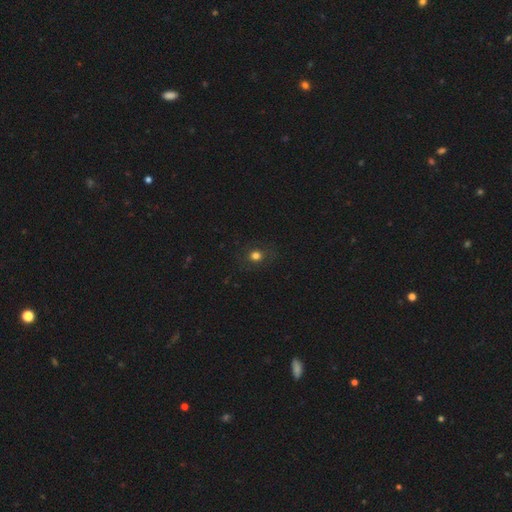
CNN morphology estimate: Smooth or featured? smooth (73%)
How rounded? round (75%)
Merging? none (85%)